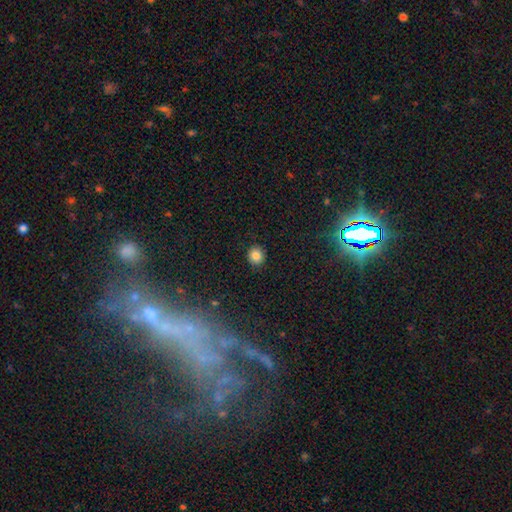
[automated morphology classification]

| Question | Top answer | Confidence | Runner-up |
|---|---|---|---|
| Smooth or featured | smooth | 85% | star or artifact (11%) |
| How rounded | round | 83% | in between (16%) |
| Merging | none | 89% | minor disturbance (8%) |